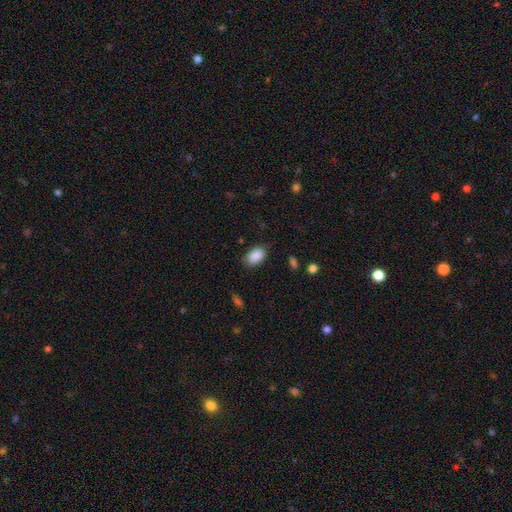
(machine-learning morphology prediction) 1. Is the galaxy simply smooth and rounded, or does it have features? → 89% smooth, 7% star or artifact, 4% featured or disk.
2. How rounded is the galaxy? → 90% in between, 9% round, 1% cigar-shaped.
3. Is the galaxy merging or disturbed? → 80% none, 15% minor disturbance, 4% major disturbance, 1% merger.